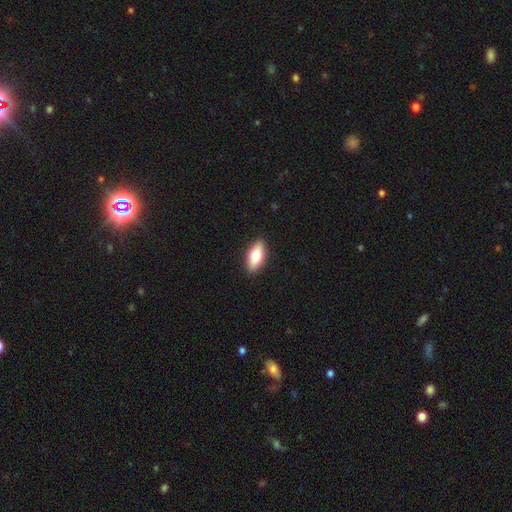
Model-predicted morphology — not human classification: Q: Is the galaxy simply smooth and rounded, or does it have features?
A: smooth — 73%.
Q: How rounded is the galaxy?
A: in between — 80%.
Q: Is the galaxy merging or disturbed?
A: none — 89%.